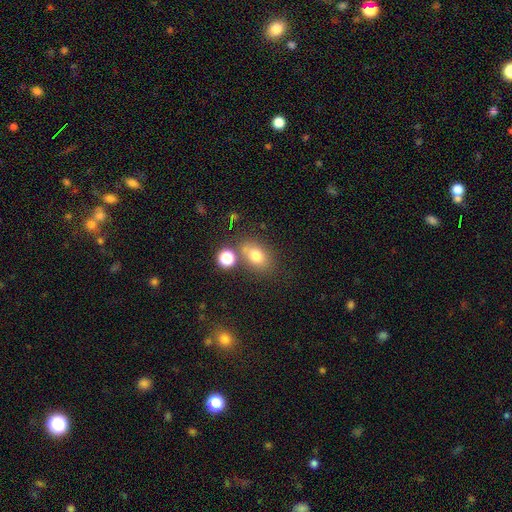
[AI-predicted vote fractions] A smooth galaxy with no disk features (74%) that is in between round and cigar-shaped (68%). Merging: none (65%).